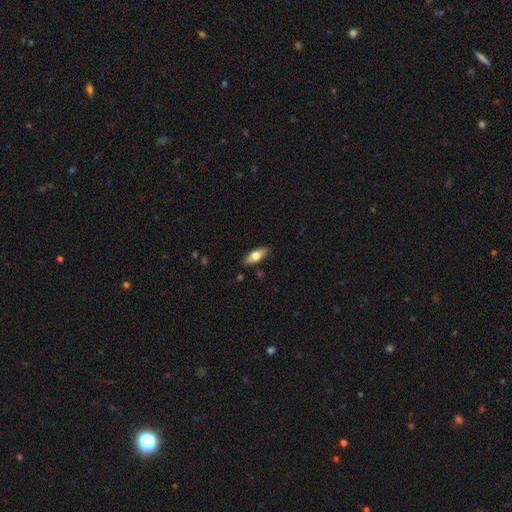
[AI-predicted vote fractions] Smooth or featured?
  - smooth: 64% *
  - featured or disk: 30%
  - star or artifact: 6%
How rounded?
  - in between: 74% *
  - cigar-shaped: 23%
  - round: 3%
Merging?
  - none: 87% *
  - minor disturbance: 9%
  - major disturbance: 2%
  - merger: 1%